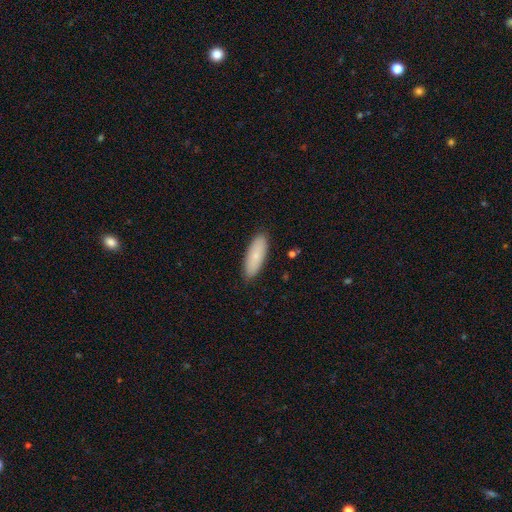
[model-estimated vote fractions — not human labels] Morphology: type=smooth (81%); roundness=in between (62%); merging=none (89%).